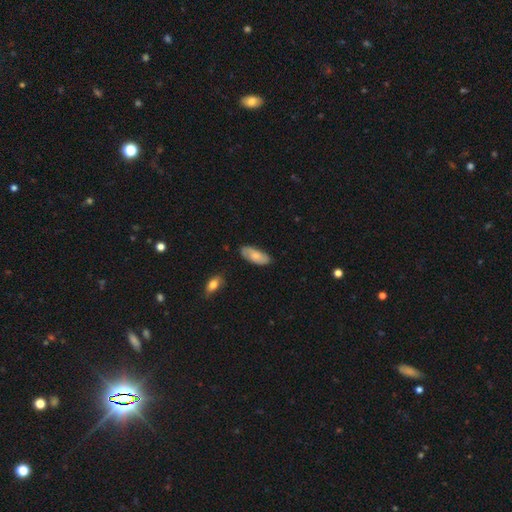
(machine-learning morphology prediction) Overall: smooth (64%; featured or disk 30%). How rounded: in between (87%). Merging: none (78%).